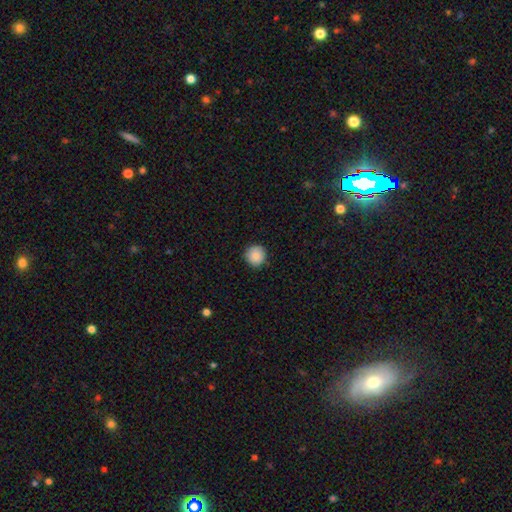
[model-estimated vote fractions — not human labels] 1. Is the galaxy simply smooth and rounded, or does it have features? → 86% smooth, 8% star or artifact, 6% featured or disk.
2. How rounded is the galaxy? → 94% round, 5% in between, 1% cigar-shaped.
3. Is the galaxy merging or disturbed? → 89% none, 8% minor disturbance, 2% major disturbance, 1% merger.